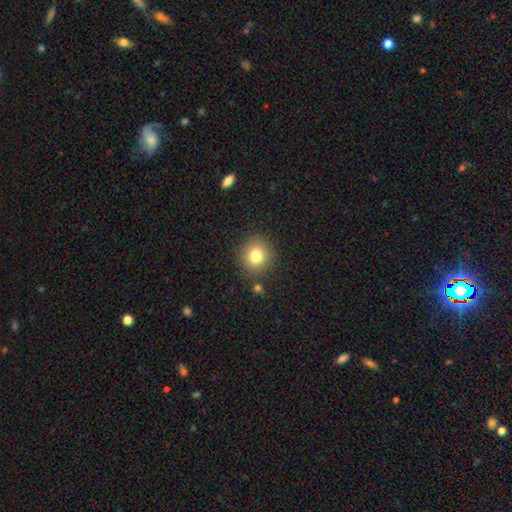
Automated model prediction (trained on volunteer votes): This is likely a smooth galaxy (79%). How rounded: clearly round (91%). Merging: clearly none (87%).